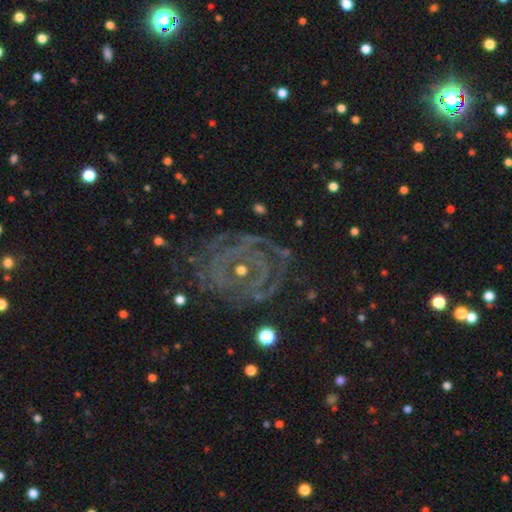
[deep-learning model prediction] Morphology: type=featured or disk (78%); edge-on=no (97%); bar=no (55%); spiral arms=yes (91%); winding=tight (71%); arm count=can't tell (33%); bulge=small (77%); merging=none (75%).